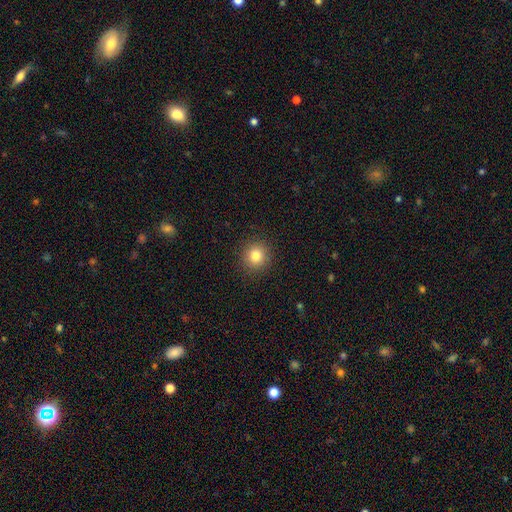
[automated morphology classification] type=smooth (81%); roundness=round (90%); merging=none (91%).